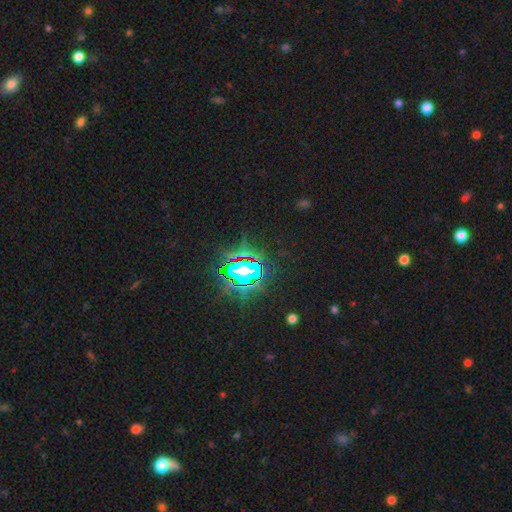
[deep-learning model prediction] This is clearly a star or artifact rather than a galaxy (82%).